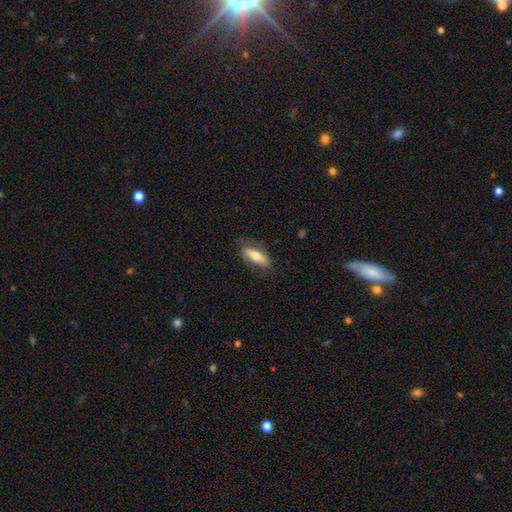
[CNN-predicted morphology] The model was most divided on "smooth or featured": smooth: 58%, featured or disk: 36%, star or artifact: 6%. More confident: merging — none (75%); how rounded — in between (63%).